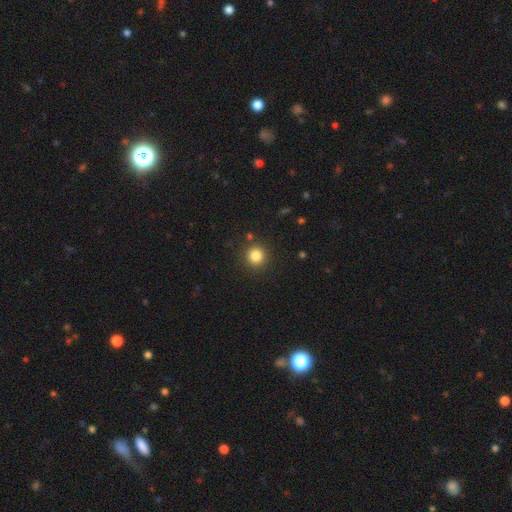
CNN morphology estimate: Overall: smooth (84%). How rounded: round (93%). Merging: none (89%).